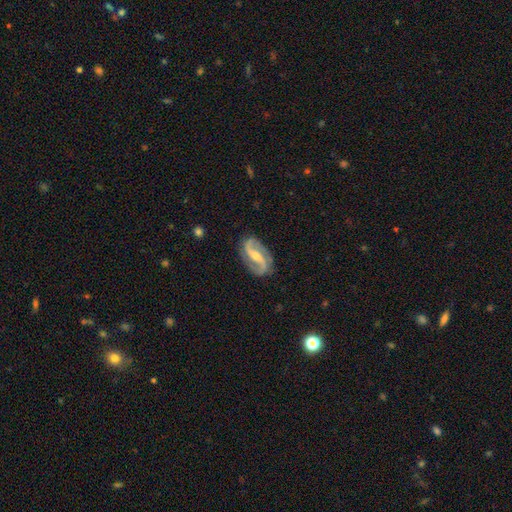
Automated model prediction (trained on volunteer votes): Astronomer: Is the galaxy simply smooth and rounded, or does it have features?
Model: featured or disk — 89%.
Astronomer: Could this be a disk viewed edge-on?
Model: no — 97%.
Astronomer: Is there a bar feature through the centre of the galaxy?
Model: strong — 43% (runner-up: weak, 37%).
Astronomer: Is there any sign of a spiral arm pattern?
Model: yes — 97%.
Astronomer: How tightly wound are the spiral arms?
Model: medium — 43%, tied with loose at 43%.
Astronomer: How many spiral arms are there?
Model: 2 — 93%.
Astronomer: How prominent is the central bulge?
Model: moderate — 47% (runner-up: small, 45%).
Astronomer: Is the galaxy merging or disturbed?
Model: none — 84%.